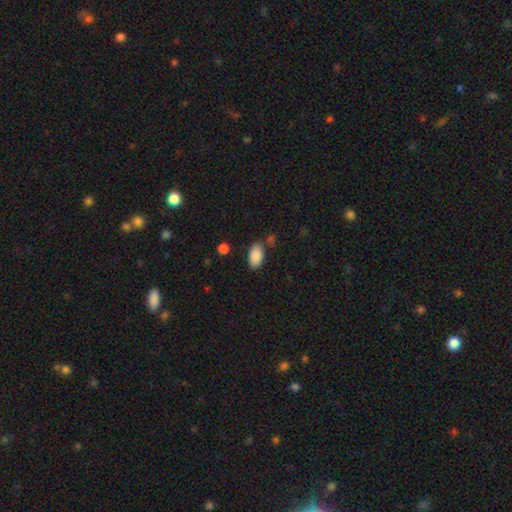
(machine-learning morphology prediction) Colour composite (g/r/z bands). It shows a smooth galaxy with no disk features (89%) that is in between round and cigar-shaped (94%). Merging: none (75%).